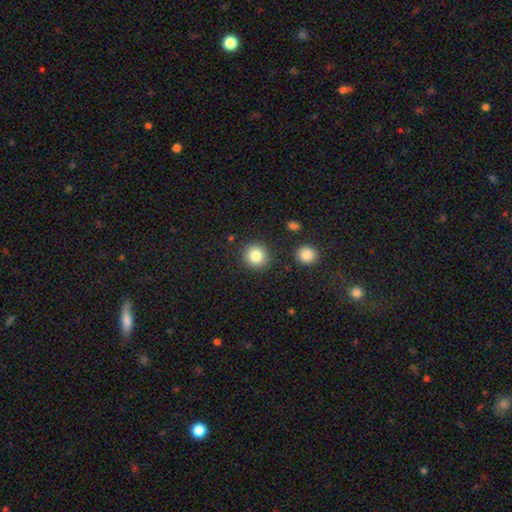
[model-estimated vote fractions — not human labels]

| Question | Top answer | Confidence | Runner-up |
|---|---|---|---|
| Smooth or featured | smooth | 84% | star or artifact (10%) |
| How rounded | round | 94% | in between (5%) |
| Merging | none | 88% | minor disturbance (6%) |